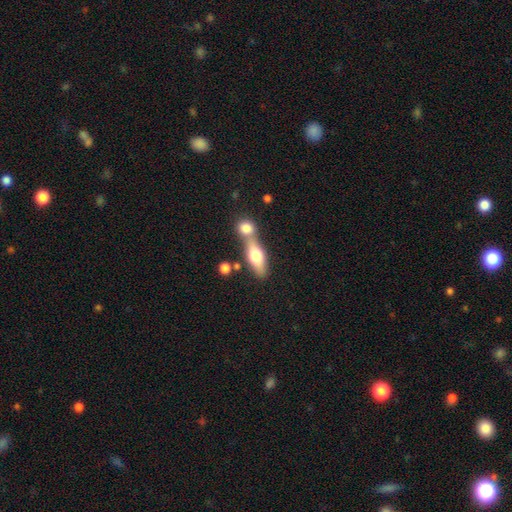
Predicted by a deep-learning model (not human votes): Overall: smooth (62%; featured or disk 31%). How rounded: in between (63%; cigar-shaped 31%). Merging: merger (50%; none 38%).